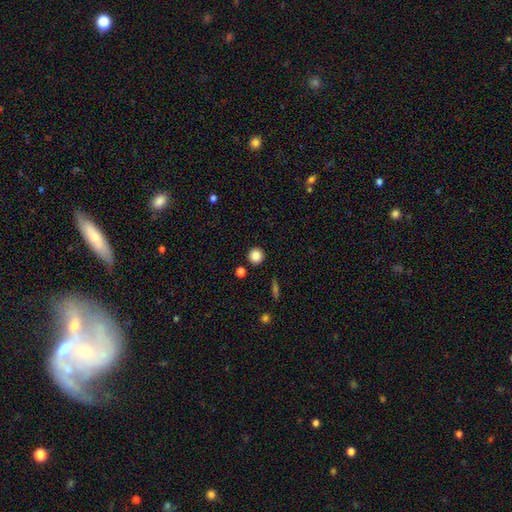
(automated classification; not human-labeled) Overall: smooth (86%). How rounded: round (94%). Merging: none (90%).